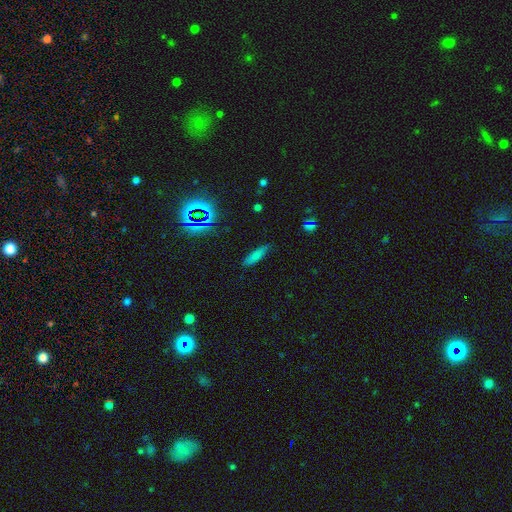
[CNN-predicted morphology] type=smooth (69%); roundness=cigar-shaped (67%); merging=none (80%).